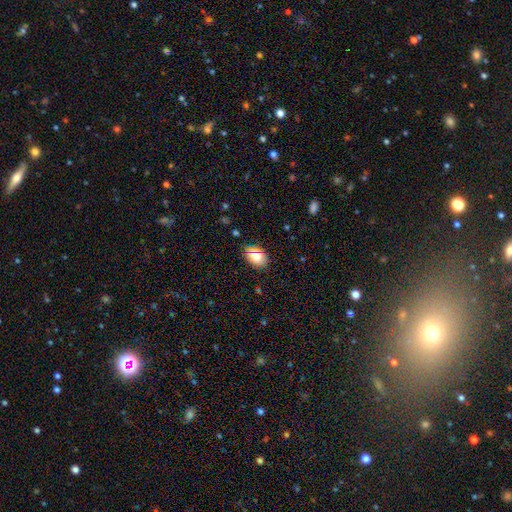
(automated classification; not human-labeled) Morphology: type=smooth (78%); roundness=in between (76%); merging=none (81%).